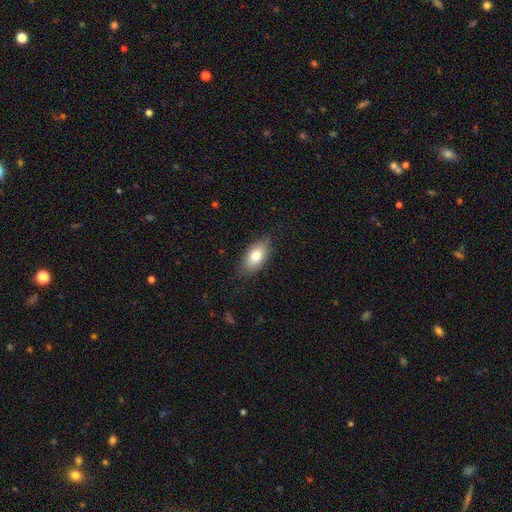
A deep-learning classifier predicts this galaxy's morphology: smooth-or-featured: smooth: 77% | featured or disk: 16% | star or artifact: 7%
  how-rounded: in between: 91% | round: 5% | cigar-shaped: 4%
  merging: none: 81% | minor disturbance: 15% | major disturbance: 3% | merger: 1%